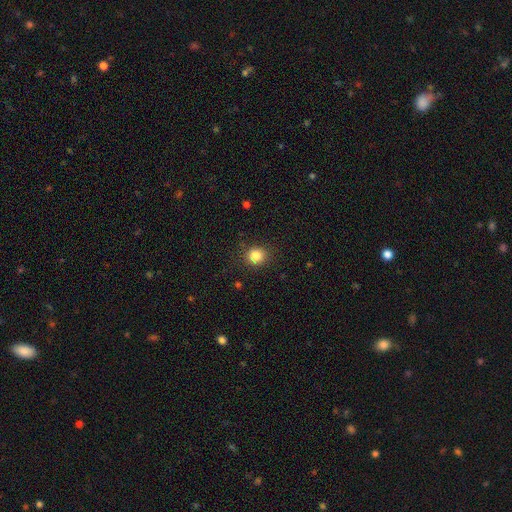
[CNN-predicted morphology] Overall: smooth (83%). How rounded: round (83%). Merging: none (85%).